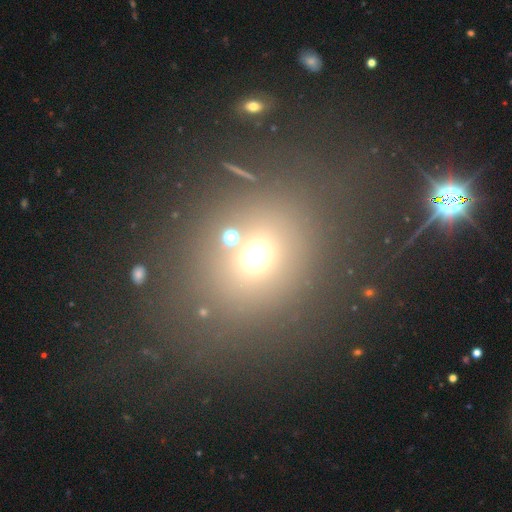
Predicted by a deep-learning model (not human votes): smooth-or-featured: smooth: 63% | star or artifact: 26% | featured or disk: 11%
  how-rounded: round: 71% | in between: 28% | cigar-shaped: 1%
  merging: none: 71% | minor disturbance: 11% | merger: 10% | major disturbance: 8%